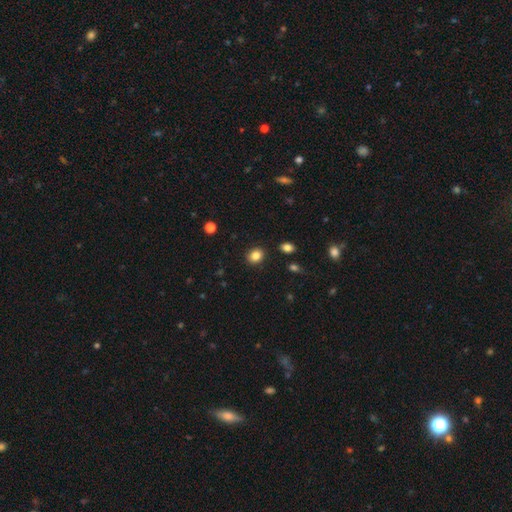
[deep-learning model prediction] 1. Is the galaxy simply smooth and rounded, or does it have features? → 85% smooth, 10% star or artifact, 5% featured or disk.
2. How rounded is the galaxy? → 66% round, 33% in between, 1% cigar-shaped.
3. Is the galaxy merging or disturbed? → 90% none, 7% minor disturbance, 2% major disturbance, 2% merger.